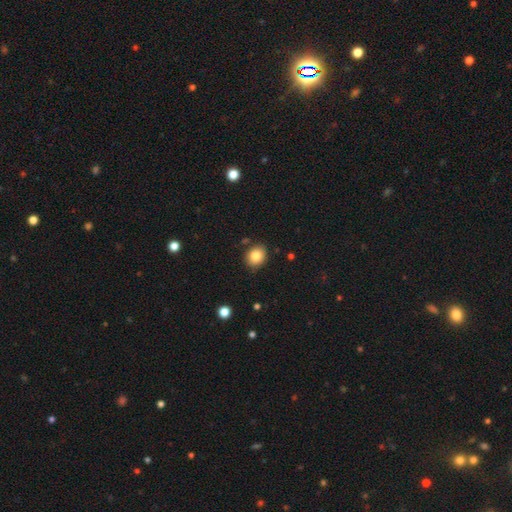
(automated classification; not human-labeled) Q: Smooth or featured?
A: smooth (82%); runner-up: star or artifact (10%)
Q: How rounded?
A: round (62%); runner-up: in between (37%)
Q: Merging?
A: none (85%); runner-up: minor disturbance (10%)